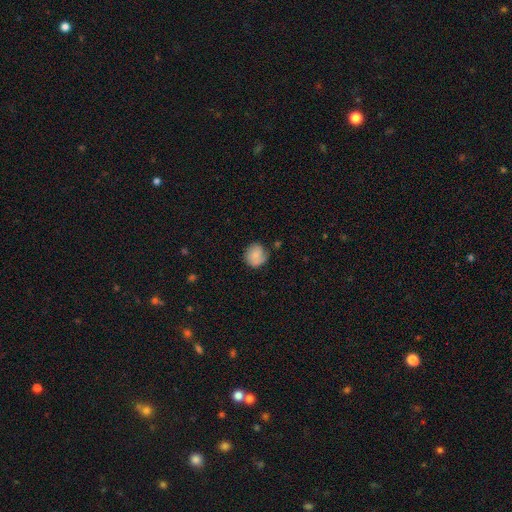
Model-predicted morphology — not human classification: Smooth or featured? Predicted: smooth (p=0.72). How rounded? Predicted: round (p=0.84). Merging? Predicted: none (p=0.66).